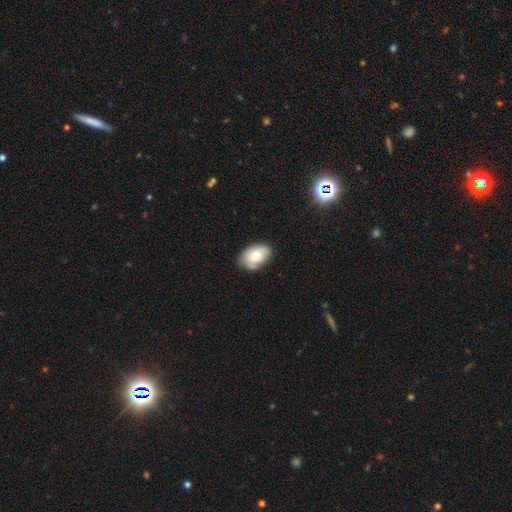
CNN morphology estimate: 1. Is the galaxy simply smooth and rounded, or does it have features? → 76% smooth, 17% featured or disk, 7% star or artifact.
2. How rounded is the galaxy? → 88% in between, 11% round, 1% cigar-shaped.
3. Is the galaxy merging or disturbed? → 64% none, 28% minor disturbance, 6% major disturbance, 2% merger.